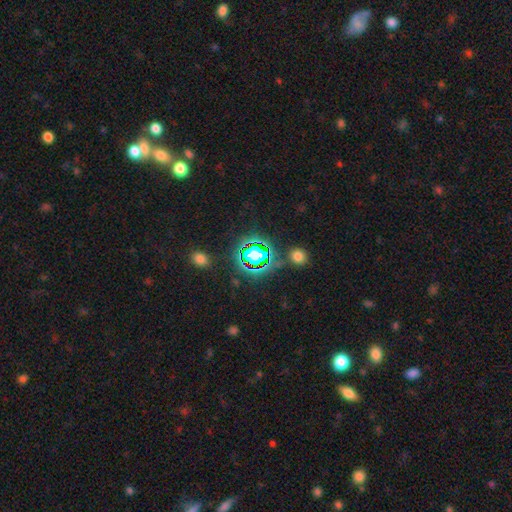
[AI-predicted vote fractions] smooth-or-featured: star or artifact: 69% | smooth: 21% | featured or disk: 10%